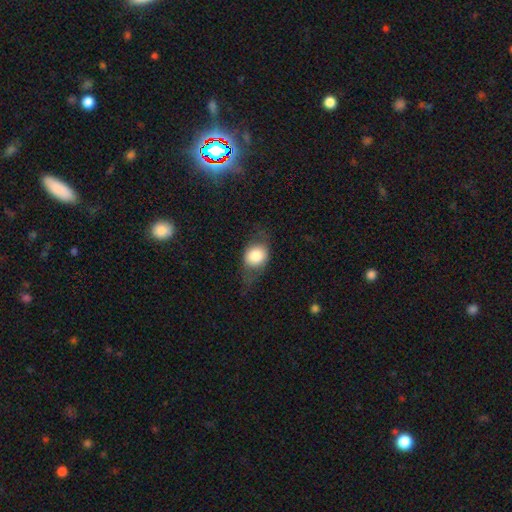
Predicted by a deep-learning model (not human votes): Morphology: type=smooth (68%); roundness=round (51%); merging=none (58%).